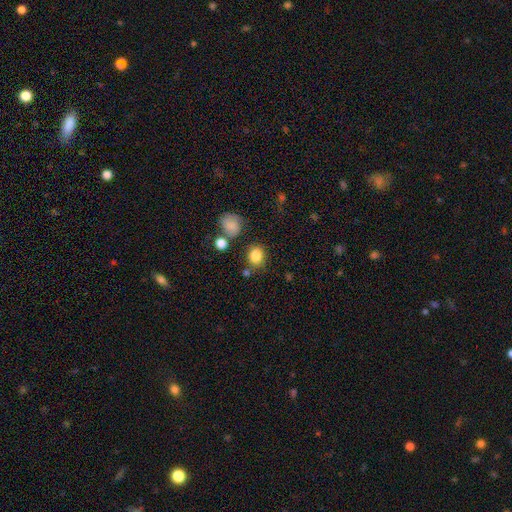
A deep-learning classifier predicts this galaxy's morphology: Smooth or featured: smooth — 84% (star or artifact — 11%)
How rounded: round — 71% (in between — 28%)
Merging: none — 76% (minor disturbance — 12%)